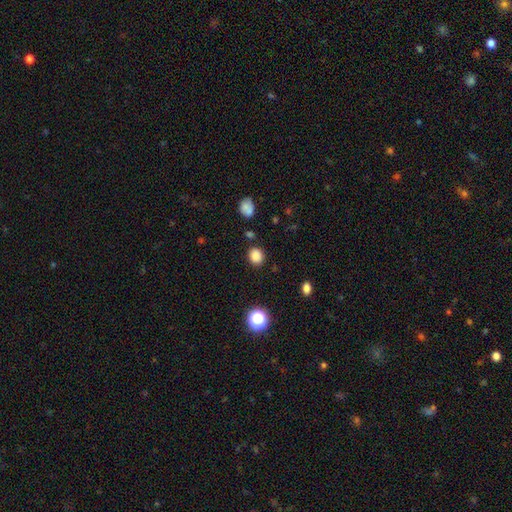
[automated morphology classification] This is clearly a smooth galaxy (84%). How rounded: likely round (63%). Merging: clearly none (84%).